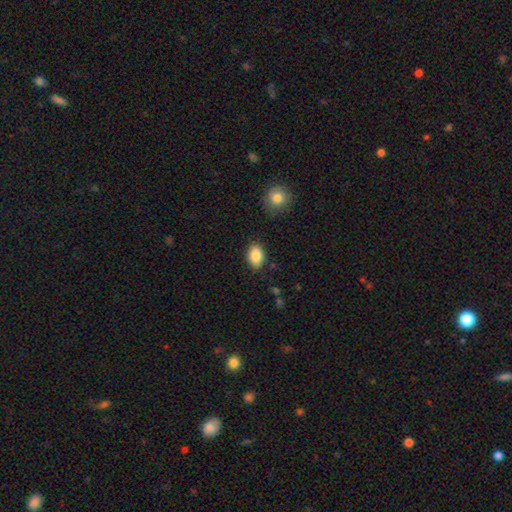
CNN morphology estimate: smooth_or_featured: smooth (p=0.87) [alt: star or artifact p=0.07]
how_rounded: in between (p=0.84) [alt: round p=0.15]
merging: none (p=0.85) [alt: minor disturbance p=0.11]